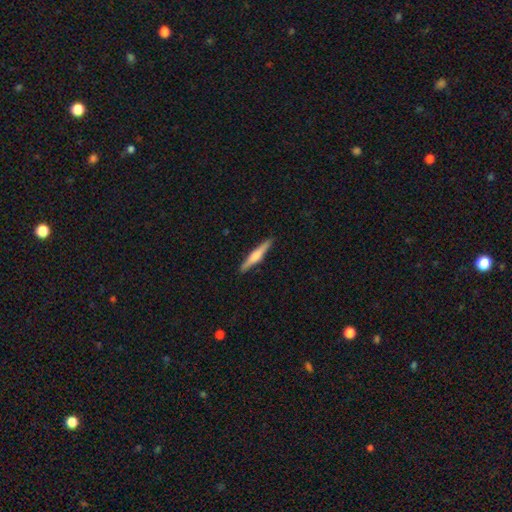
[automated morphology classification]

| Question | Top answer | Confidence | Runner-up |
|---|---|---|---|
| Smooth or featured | featured or disk | 57% | smooth (38%) |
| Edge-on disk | yes | 97% | no (3%) |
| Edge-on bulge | rounded | 75% | boxy (15%) |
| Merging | none | 91% | minor disturbance (6%) |